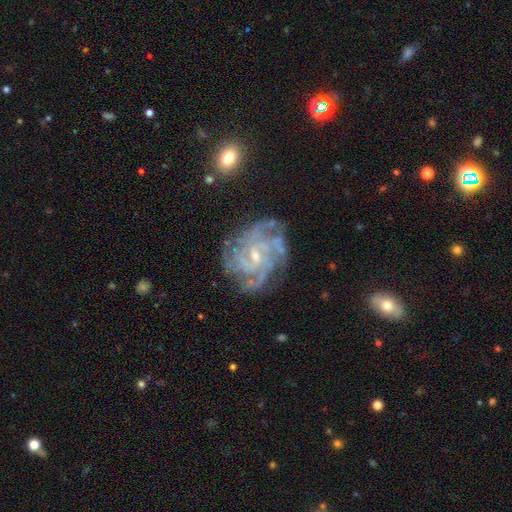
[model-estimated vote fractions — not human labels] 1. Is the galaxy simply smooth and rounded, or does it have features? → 88% featured or disk, 7% star or artifact, 5% smooth.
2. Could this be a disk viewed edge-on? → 98% no, 2% yes.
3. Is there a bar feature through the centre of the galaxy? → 46% no, 43% weak, 11% strong.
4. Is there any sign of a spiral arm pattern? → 97% yes, 3% no.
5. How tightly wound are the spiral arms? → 65% tight, 30% medium, 5% loose.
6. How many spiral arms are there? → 30% 4, 22% can't tell, 17% 3, 14% more than 4, 10% 2, 7% 1.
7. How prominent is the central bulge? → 71% small, 24% moderate, 3% none, 1% large, 1% dominant.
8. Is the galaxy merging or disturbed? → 73% none, 18% minor disturbance, 7% major disturbance, 2% merger.